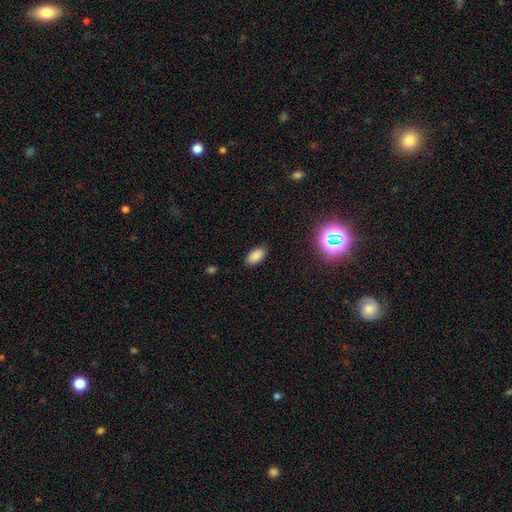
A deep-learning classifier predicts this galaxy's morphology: smooth 85%, star or artifact 10%, featured or disk 5%. Down the decision tree: how rounded — in between (94%); merging — none (87%).